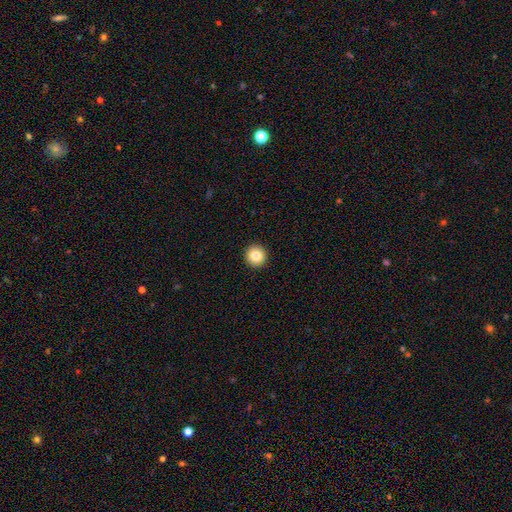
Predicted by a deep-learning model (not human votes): This is clearly a smooth galaxy (83%). How rounded: clearly round (96%). Merging: clearly none (94%).